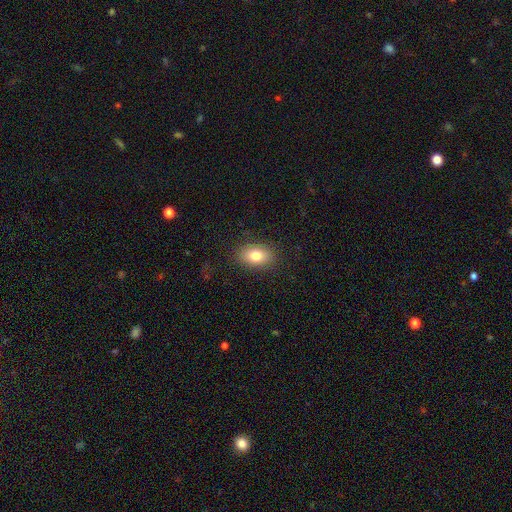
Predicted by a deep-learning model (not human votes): smooth-or-featured: smooth: 81% | featured or disk: 10% | star or artifact: 9%
  how-rounded: in between: 86% | round: 13% | cigar-shaped: 2%
  merging: none: 87% | minor disturbance: 9% | major disturbance: 3% | merger: 1%